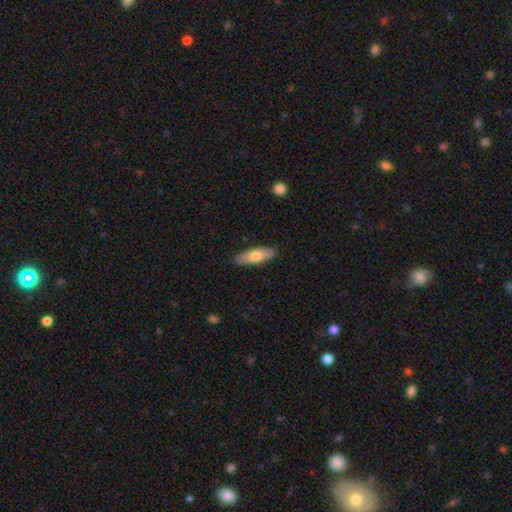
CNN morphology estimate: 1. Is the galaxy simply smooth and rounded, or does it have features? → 69% smooth, 25% featured or disk, 6% star or artifact.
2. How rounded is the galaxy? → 57% in between, 41% cigar-shaped, 2% round.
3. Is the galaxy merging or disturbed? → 87% none, 10% minor disturbance, 2% major disturbance, 1% merger.